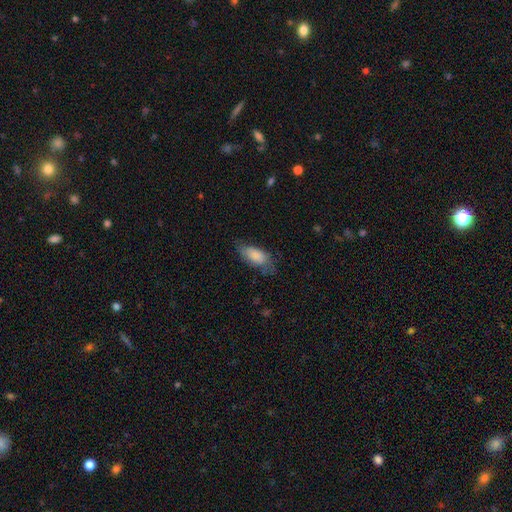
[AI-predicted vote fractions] smooth_or_featured: smooth (p=0.81) [alt: featured or disk p=0.13]
how_rounded: in between (p=0.86) [alt: cigar-shaped p=0.11]
merging: none (p=0.57) [alt: minor disturbance p=0.30]